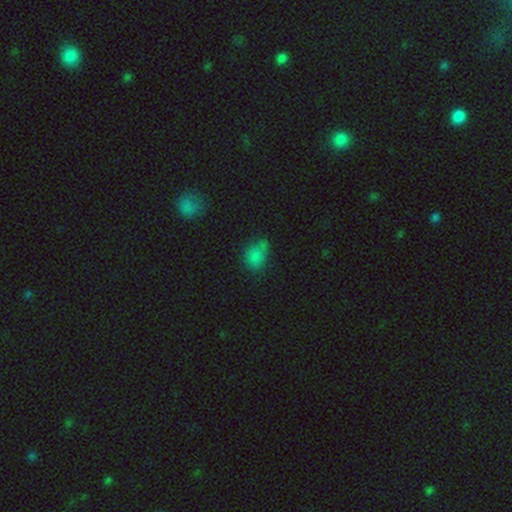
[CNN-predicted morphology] smooth_or_featured: smooth (p=0.76) [alt: star or artifact p=0.15]
how_rounded: in between (p=0.74) [alt: round p=0.24]
merging: none (p=0.48) [alt: minor disturbance p=0.31]